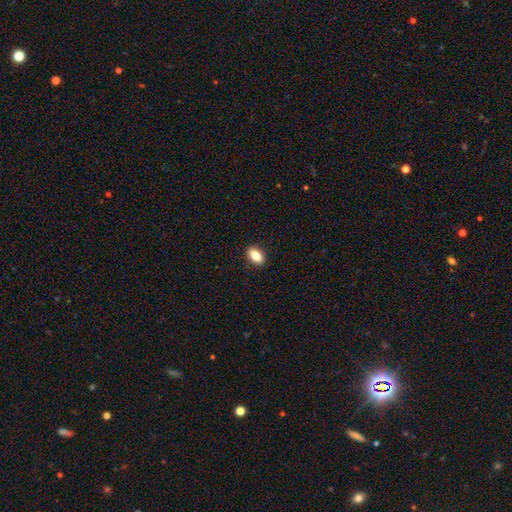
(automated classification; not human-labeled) Smooth or featured? Predicted: smooth (p=0.83). How rounded? Predicted: in between (p=0.87). Merging? Predicted: none (p=0.90).